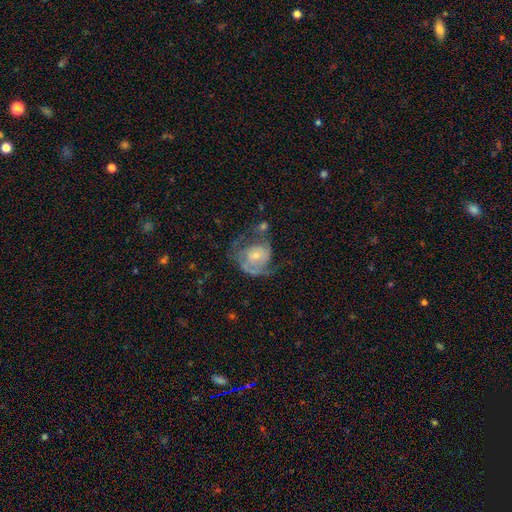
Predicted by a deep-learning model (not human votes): This is likely a featured or disk galaxy (73%). It is clearly not viewed edge-on (98%). Bar: likely no (73%). Spiral arm pattern: clearly yes (82%). Spiral arm count: possibly 2 (49%). Spiral winding: marginally medium (40%). Central bulge: possibly small (57%). Merging: marginally none (38%).